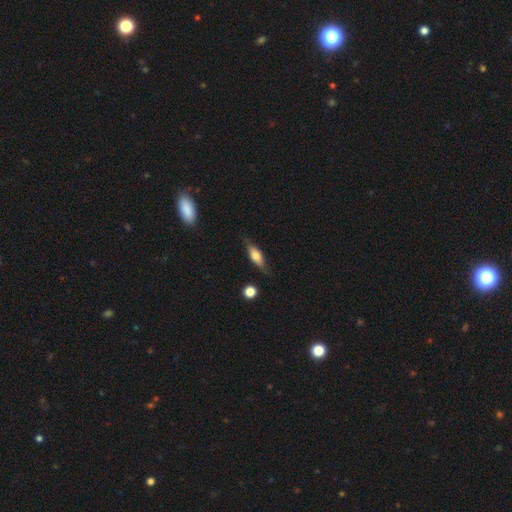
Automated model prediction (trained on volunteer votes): Smooth or featured?
  - smooth: 58% *
  - featured or disk: 35%
  - star or artifact: 7%
How rounded?
  - in between: 63% *
  - cigar-shaped: 33%
  - round: 4%
Merging?
  - none: 76% *
  - minor disturbance: 18%
  - major disturbance: 4%
  - merger: 2%